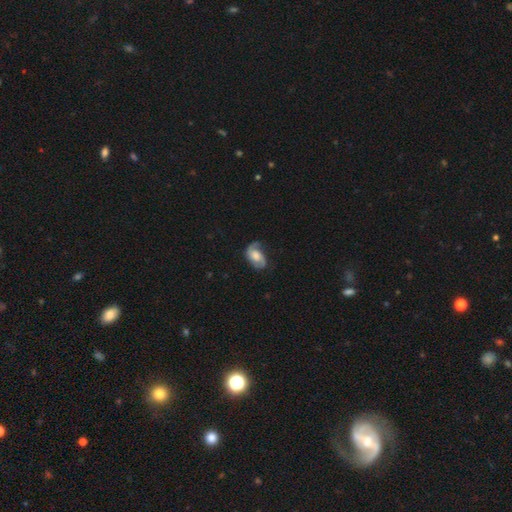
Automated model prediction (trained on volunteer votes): smooth-or-featured: featured or disk: 74% | smooth: 20% | star or artifact: 7%
  disk-edge-on: no: 97% | yes: 3%
    bar: no: 60% | weak: 33% | strong: 8%
    has-spiral-arms: yes: 94% | no: 6%
      spiral-winding: medium: 44% | loose: 34% | tight: 22%
      spiral-arm-count: 2: 85% | 1: 7% | can't tell: 5% | 3: 1% | 4: 1% | more than 4: 1%
    bulge-size: moderate: 38% | large: 32% | small: 15% | none: 11% | dominant: 4%
  merging: none: 65% | minor disturbance: 22% | major disturbance: 12% | merger: 2%